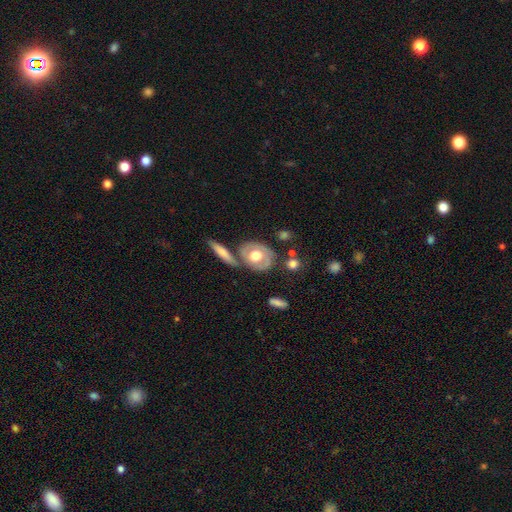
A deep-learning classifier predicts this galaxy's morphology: Smooth or featured? featured or disk (57%)
Edge-on disk? no (90%)
Bar? no (80%)
Spiral arms? no (54%)
Bulge size? moderate (60%)
Merging? none (64%)